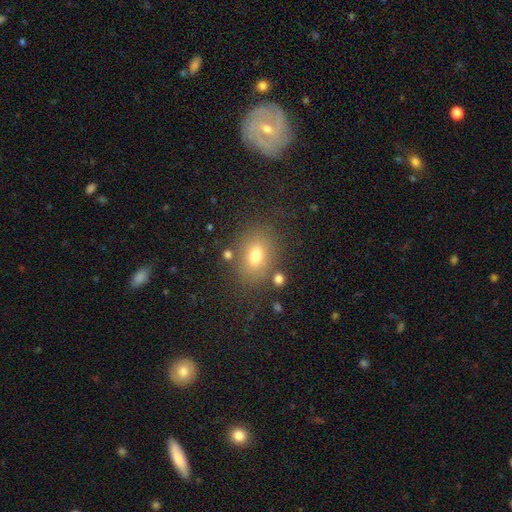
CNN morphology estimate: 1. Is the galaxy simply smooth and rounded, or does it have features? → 71% smooth, 14% star or artifact, 14% featured or disk.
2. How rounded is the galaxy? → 61% in between, 38% round, 1% cigar-shaped.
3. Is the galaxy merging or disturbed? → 77% none, 12% minor disturbance, 6% merger, 6% major disturbance.